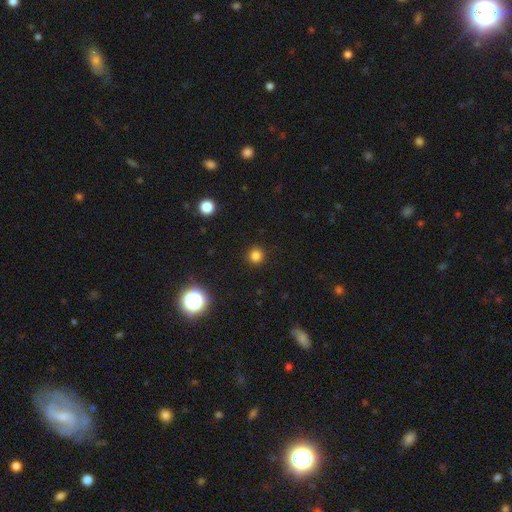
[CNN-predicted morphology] Smooth or featured? Predicted: smooth (p=0.80). How rounded? Predicted: round (p=0.94). Merging? Predicted: none (p=0.92).